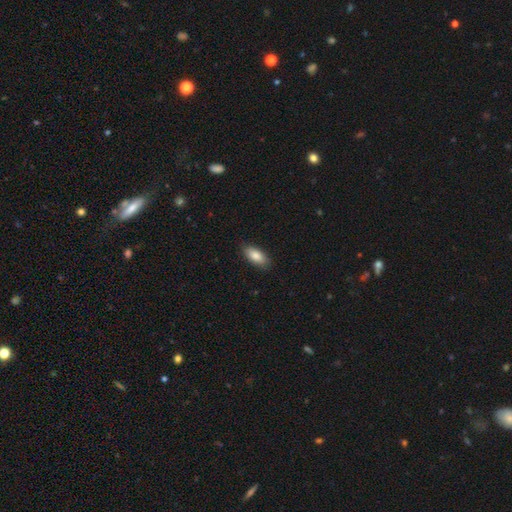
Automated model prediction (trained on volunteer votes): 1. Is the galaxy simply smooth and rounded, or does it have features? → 85% smooth, 9% featured or disk, 6% star or artifact.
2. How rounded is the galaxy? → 88% in between, 10% cigar-shaped, 2% round.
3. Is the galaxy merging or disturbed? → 85% none, 11% minor disturbance, 2% major disturbance, 1% merger.